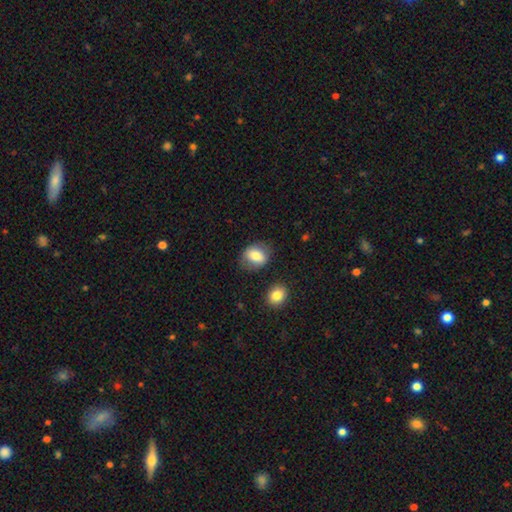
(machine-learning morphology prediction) The model was most divided on "how rounded": in between: 56%, round: 43%, cigar-shaped: 1%. More confident: smooth or featured — smooth (76%); merging — none (73%).